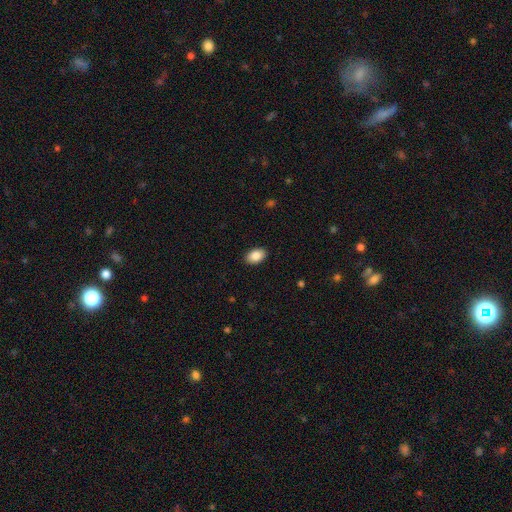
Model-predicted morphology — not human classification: Smooth or featured? Predicted: smooth (p=0.88). How rounded? Predicted: in between (p=0.91). Merging? Predicted: none (p=0.90).